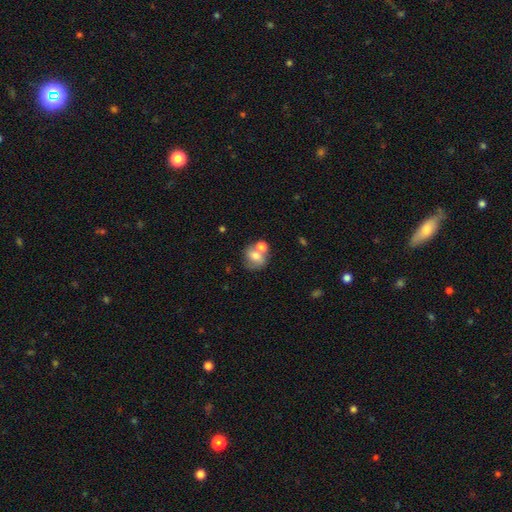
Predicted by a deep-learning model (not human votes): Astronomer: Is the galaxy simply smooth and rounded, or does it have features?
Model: smooth — 66%.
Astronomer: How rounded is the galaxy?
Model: round — 64%.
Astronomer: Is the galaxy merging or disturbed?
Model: merger — 43% (runner-up: none, 40%).